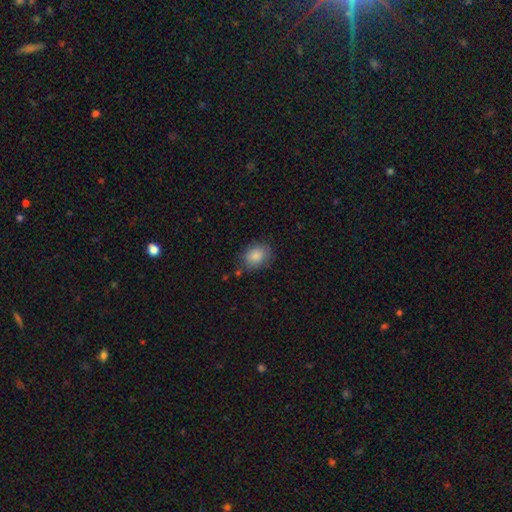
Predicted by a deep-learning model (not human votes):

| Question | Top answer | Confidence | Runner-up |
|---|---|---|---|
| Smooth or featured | smooth | 87% | star or artifact (8%) |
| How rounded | in between | 64% | round (35%) |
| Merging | none | 75% | minor disturbance (18%) |